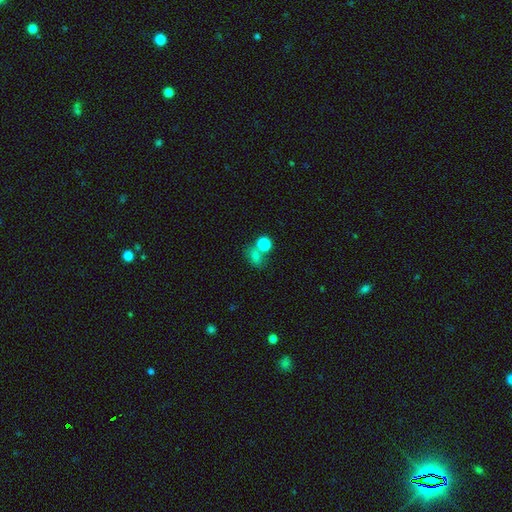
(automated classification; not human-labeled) Smooth or featured?
  - smooth: 75% *
  - star or artifact: 15%
  - featured or disk: 9%
How rounded?
  - round: 53% *
  - in between: 46%
  - cigar-shaped: 2%
Merging?
  - none: 44% *
  - merger: 38%
  - minor disturbance: 11%
  - major disturbance: 6%